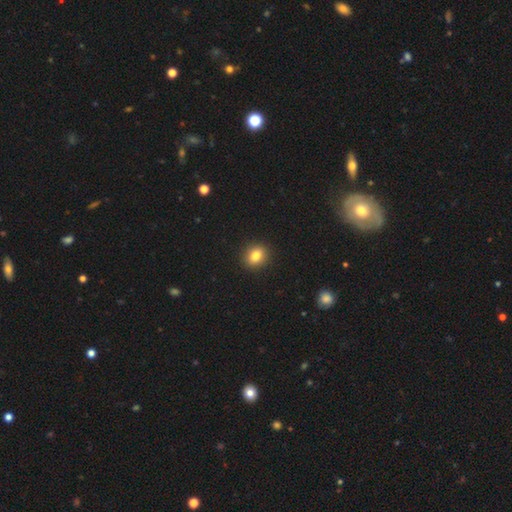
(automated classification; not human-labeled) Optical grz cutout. It shows a smooth galaxy with no disk features (82%) that is round (65%). Merging: none (92%).